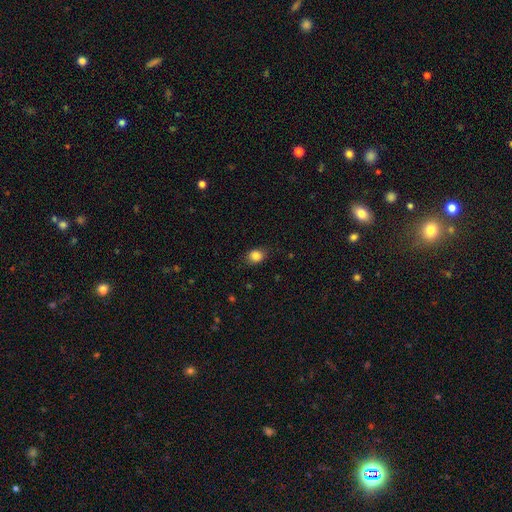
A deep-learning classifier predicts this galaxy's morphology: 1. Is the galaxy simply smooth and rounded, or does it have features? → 85% smooth, 10% star or artifact, 5% featured or disk.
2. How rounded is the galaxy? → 50% round, 48% in between, 1% cigar-shaped.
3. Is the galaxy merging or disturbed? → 80% none, 15% minor disturbance, 4% major disturbance, 1% merger.